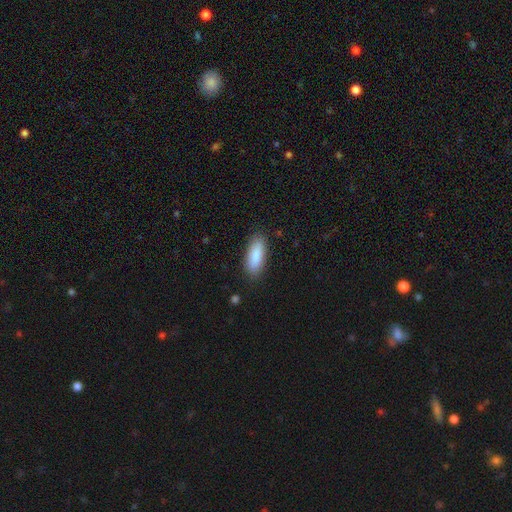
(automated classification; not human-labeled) smooth 88%, featured or disk 7%, star or artifact 6%. Down the decision tree: how rounded — in between (73%); merging — none (86%).